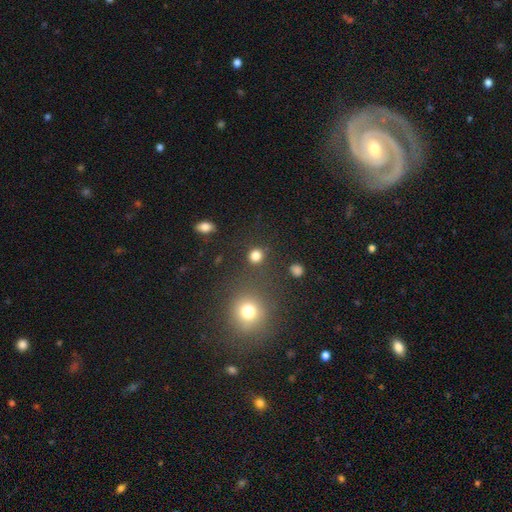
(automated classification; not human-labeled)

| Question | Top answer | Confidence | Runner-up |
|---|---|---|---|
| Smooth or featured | smooth | 81% | star or artifact (14%) |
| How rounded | round | 83% | in between (15%) |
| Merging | none | 82% | minor disturbance (9%) |